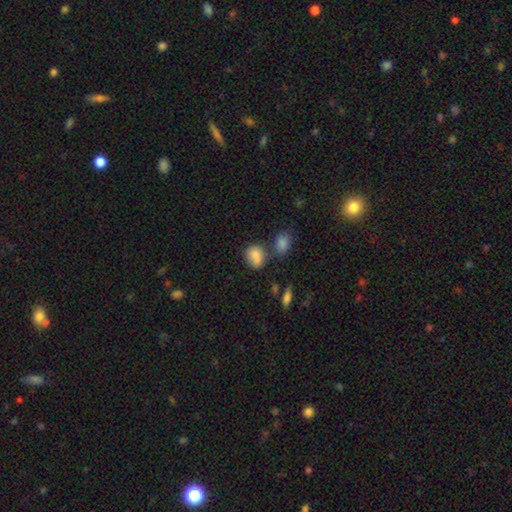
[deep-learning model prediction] Q: Smooth or featured?
A: smooth (83%); runner-up: star or artifact (10%)
Q: How rounded?
A: in between (50%); runner-up: round (49%)
Q: Merging?
A: none (47%); runner-up: merger (23%)